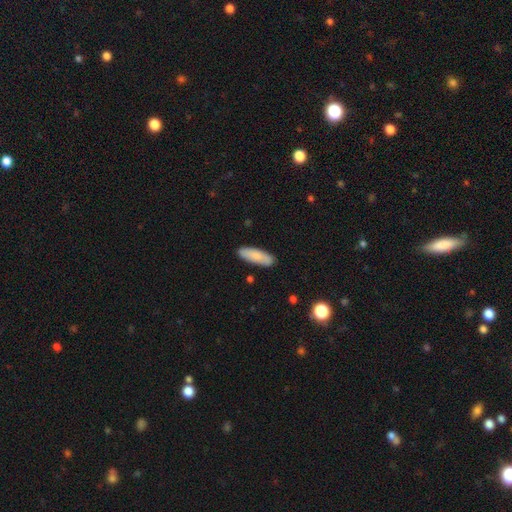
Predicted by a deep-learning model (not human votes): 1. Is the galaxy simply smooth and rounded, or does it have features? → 82% smooth, 12% featured or disk, 6% star or artifact.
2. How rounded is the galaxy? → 53% in between, 45% cigar-shaped, 2% round.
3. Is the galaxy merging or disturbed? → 87% none, 9% minor disturbance, 2% major disturbance, 1% merger.